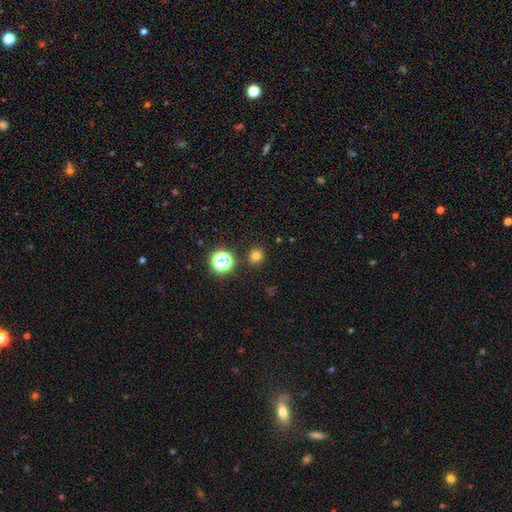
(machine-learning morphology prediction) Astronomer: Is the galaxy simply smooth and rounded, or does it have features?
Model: smooth — 74%.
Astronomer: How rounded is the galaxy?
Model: round — 89%.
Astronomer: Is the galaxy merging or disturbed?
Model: none — 88%.